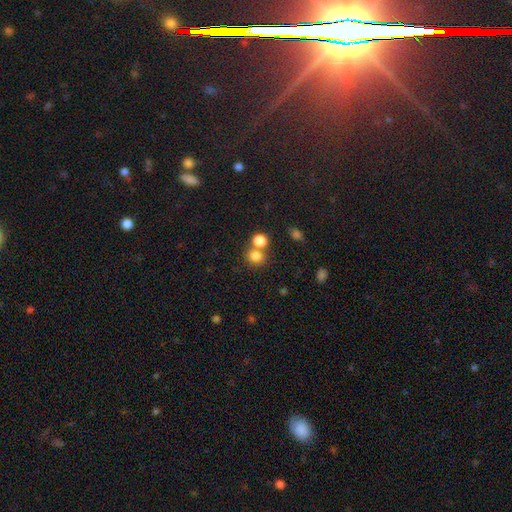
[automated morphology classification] A smooth galaxy with no disk features (80%) that is round (76%). Merging: none (54%).